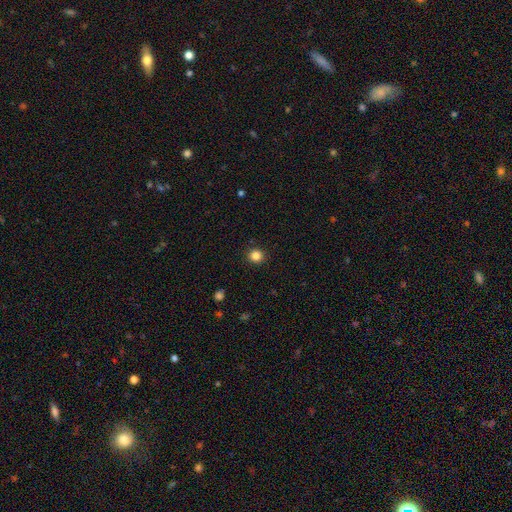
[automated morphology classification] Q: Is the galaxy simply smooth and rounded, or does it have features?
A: smooth — 85%.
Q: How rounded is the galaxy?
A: round — 91%.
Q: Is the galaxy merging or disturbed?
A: none — 92%.